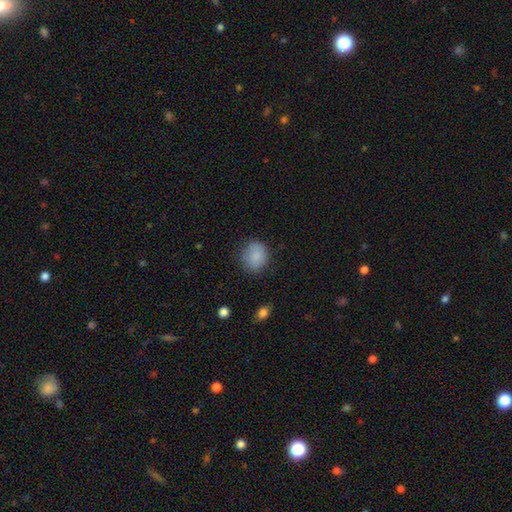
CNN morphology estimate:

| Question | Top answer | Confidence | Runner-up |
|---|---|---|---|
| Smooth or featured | smooth | 85% | star or artifact (8%) |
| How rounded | round | 72% | in between (27%) |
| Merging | none | 77% | minor disturbance (17%) |